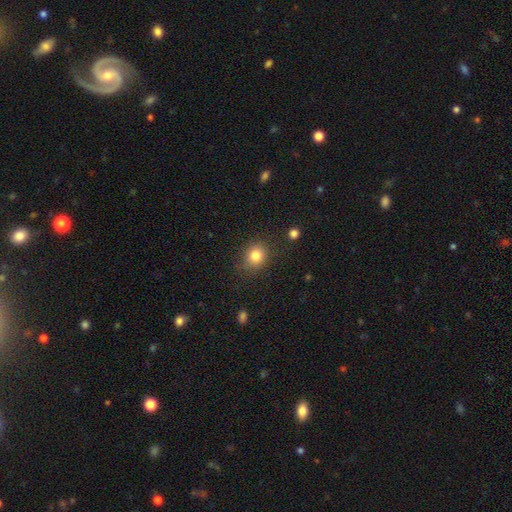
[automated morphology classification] A smooth galaxy with no disk features (82%) that is round (72%). Merging: none (83%).